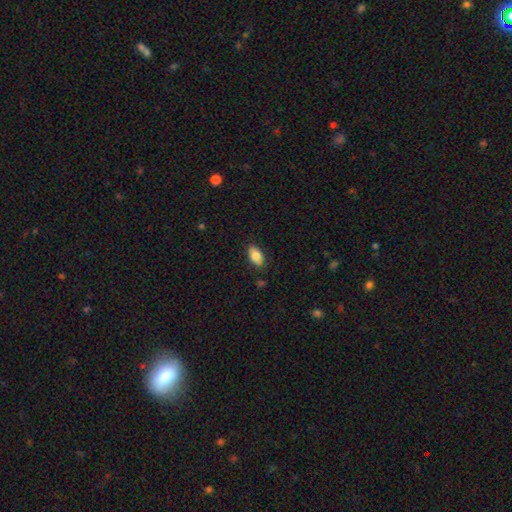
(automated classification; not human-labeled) Smooth or featured? Predicted: smooth (p=0.82). How rounded? Predicted: in between (p=0.92). Merging? Predicted: none (p=0.84).